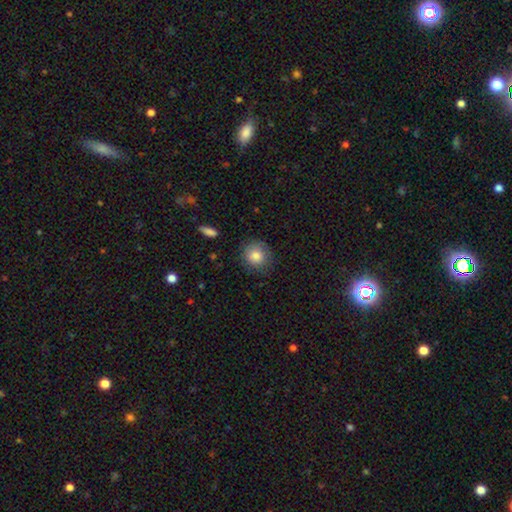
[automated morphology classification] Smooth or featured? smooth (80%)
How rounded? round (89%)
Merging? none (78%)